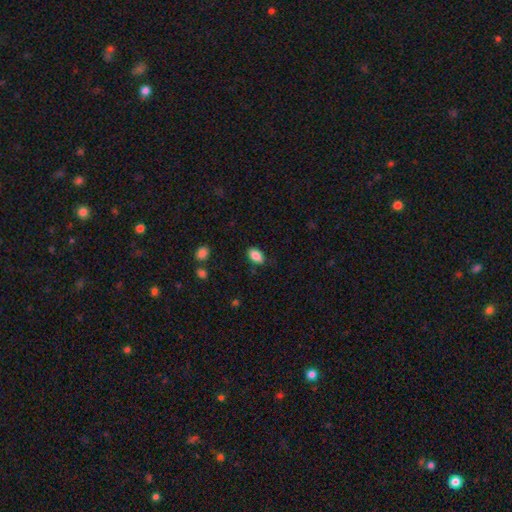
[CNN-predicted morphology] type=smooth (87%); roundness=in between (91%); merging=none (82%).